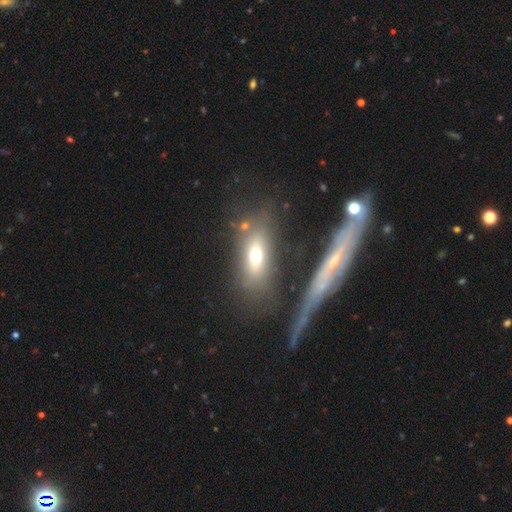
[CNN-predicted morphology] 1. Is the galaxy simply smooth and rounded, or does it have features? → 61% smooth, 26% featured or disk, 12% star or artifact.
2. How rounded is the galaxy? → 74% in between, 16% cigar-shaped, 11% round.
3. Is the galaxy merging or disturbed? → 63% none, 15% minor disturbance, 12% major disturbance, 11% merger.